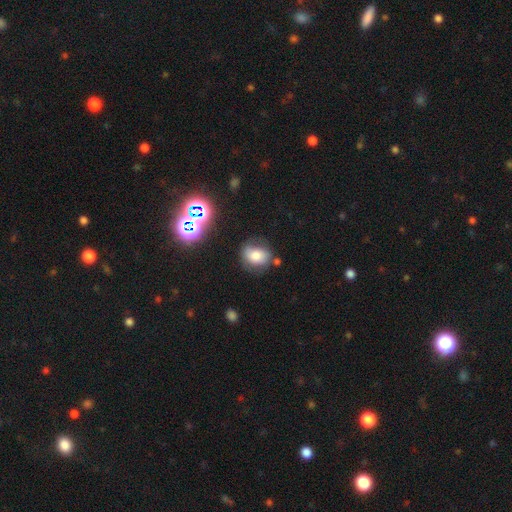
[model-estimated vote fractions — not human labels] A smooth galaxy with no disk features (67%) that is round (50%). Merging: none (62%).